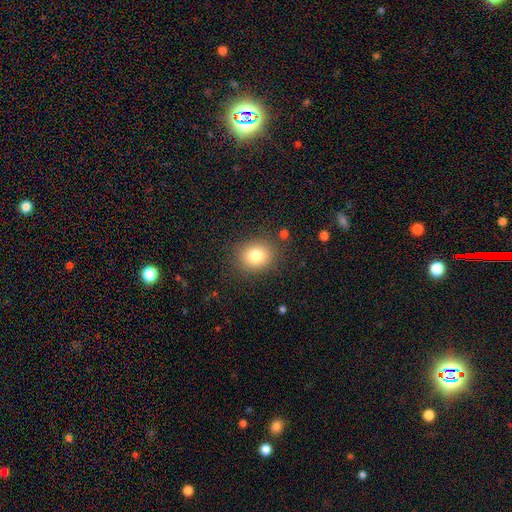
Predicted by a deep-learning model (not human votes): Smooth or featured? smooth (79%)
How rounded? round (70%)
Merging? none (86%)